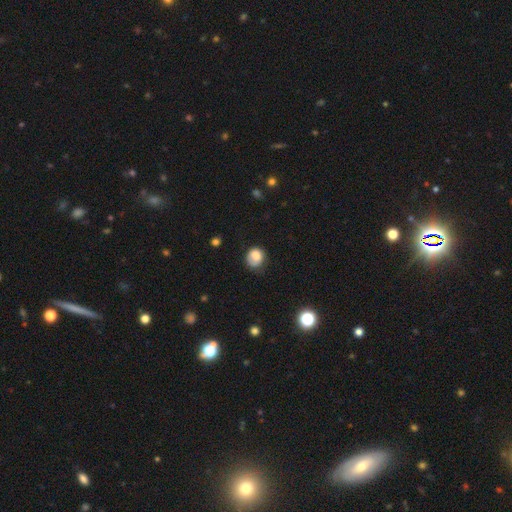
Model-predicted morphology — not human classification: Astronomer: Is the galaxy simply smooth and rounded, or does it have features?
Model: smooth — 74%.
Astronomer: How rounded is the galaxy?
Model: round — 75%.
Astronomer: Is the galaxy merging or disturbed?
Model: none — 60%.